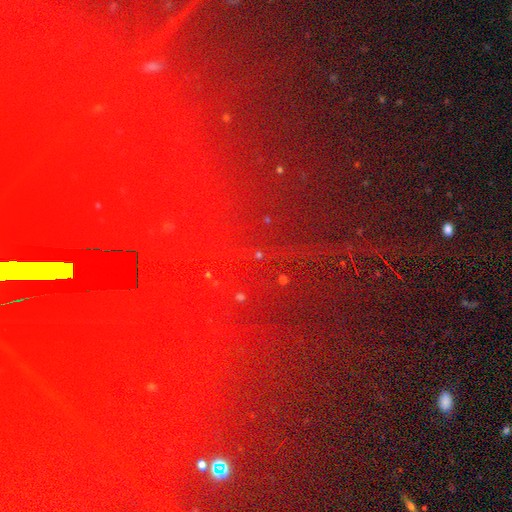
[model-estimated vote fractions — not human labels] smooth-or-featured: star or artifact: 85% | smooth: 8% | featured or disk: 7%